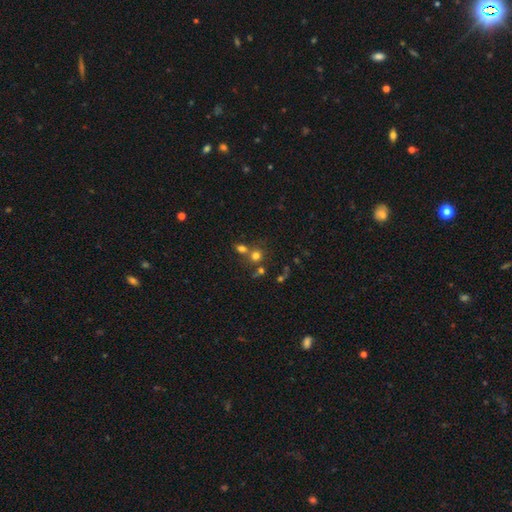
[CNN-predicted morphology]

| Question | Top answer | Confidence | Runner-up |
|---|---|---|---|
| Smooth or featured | smooth | 70% | star or artifact (19%) |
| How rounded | round | 85% | in between (14%) |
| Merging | none | 50% | merger (37%) |